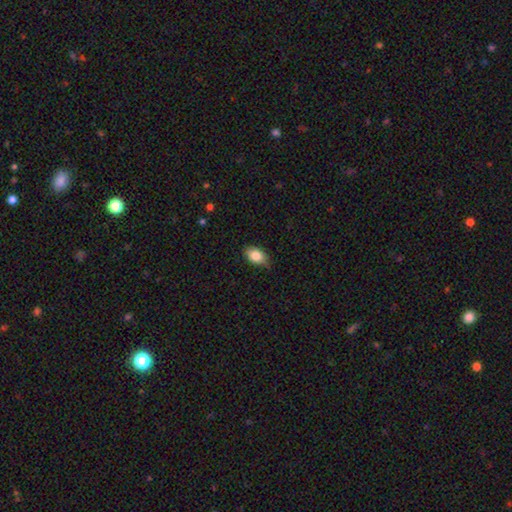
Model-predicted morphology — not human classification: This appears to be a smooth galaxy with no disk features (83%) that is in between round and cigar-shaped (86%). Merging: none (73%).